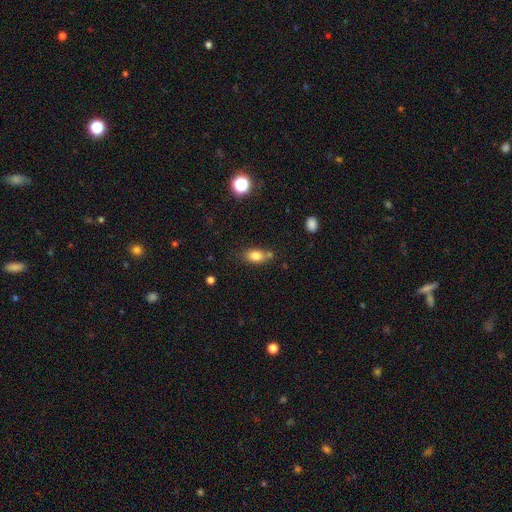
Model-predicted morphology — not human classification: This appears to be a smooth galaxy with no disk features (81%) that is in between round and cigar-shaped (82%). Merging: none (66%).